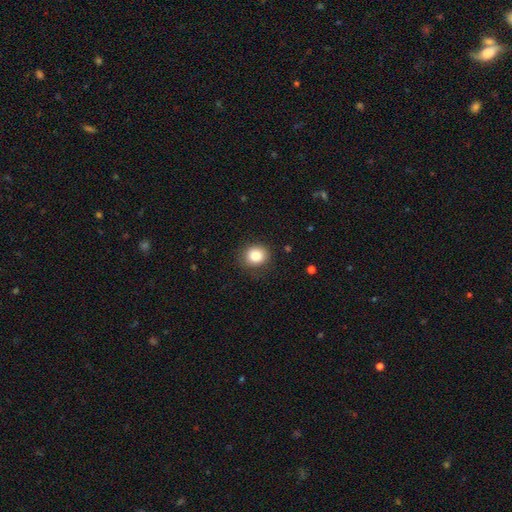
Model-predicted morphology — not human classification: A smooth galaxy with no disk features (84%) that is round (76%). Merging: none (83%).